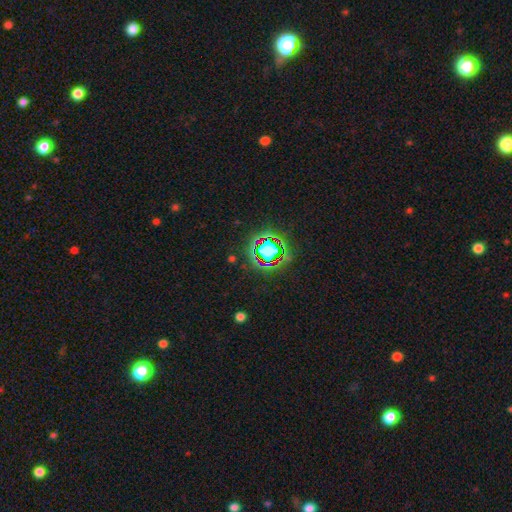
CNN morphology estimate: smooth-or-featured: star or artifact: 78% | smooth: 13% | featured or disk: 9%